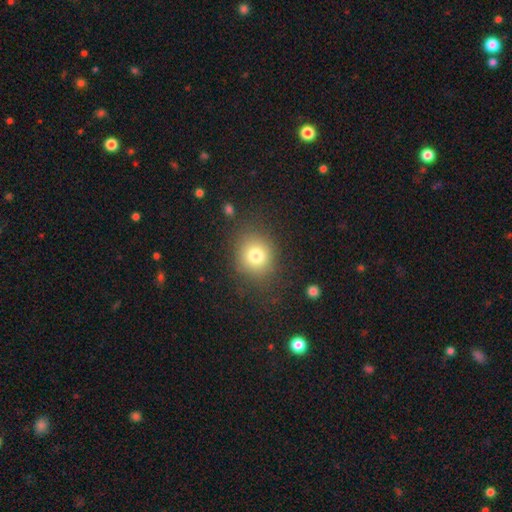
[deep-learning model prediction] Q: Smooth or featured?
A: smooth (77%); runner-up: star or artifact (13%)
Q: How rounded?
A: round (80%); runner-up: in between (19%)
Q: Merging?
A: none (80%); runner-up: minor disturbance (12%)